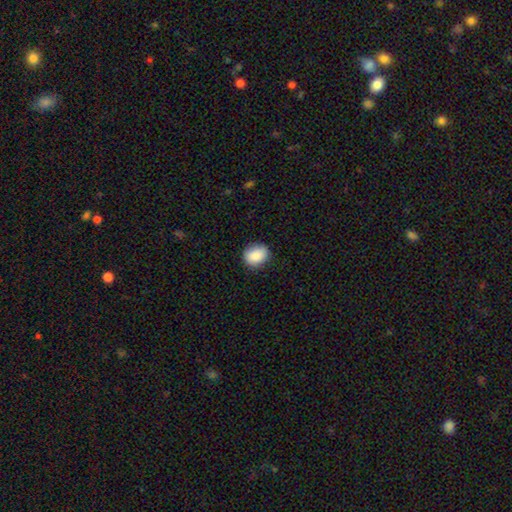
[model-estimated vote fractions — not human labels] smooth 88%, star or artifact 8%, featured or disk 5%. Down the decision tree: how rounded — round (66%); merging — none (85%).